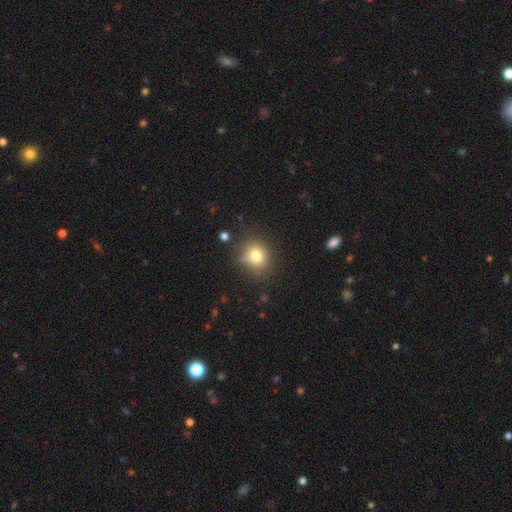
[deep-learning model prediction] Smooth or featured? Predicted: smooth (p=0.78). How rounded? Predicted: round (p=0.75). Merging? Predicted: none (p=0.74).